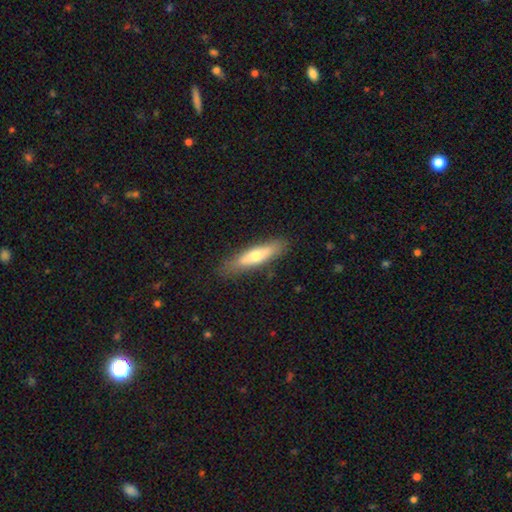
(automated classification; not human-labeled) smooth 56%, featured or disk 38%, star or artifact 6%. Down the decision tree: how rounded — cigar-shaped (72%); merging — none (83%).